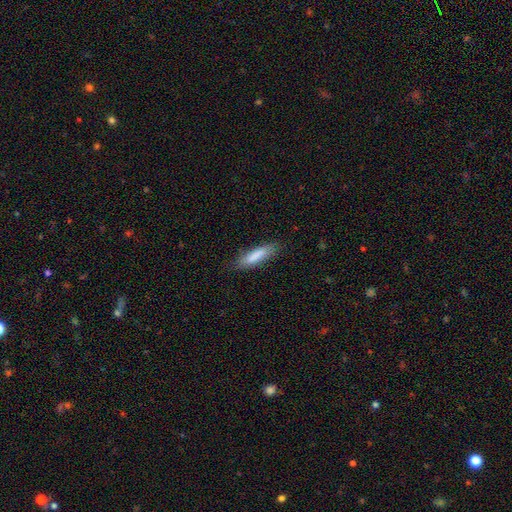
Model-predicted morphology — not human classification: A smooth galaxy with no disk features (83%) that is cigar-shaped (67%). Merging: none (80%).